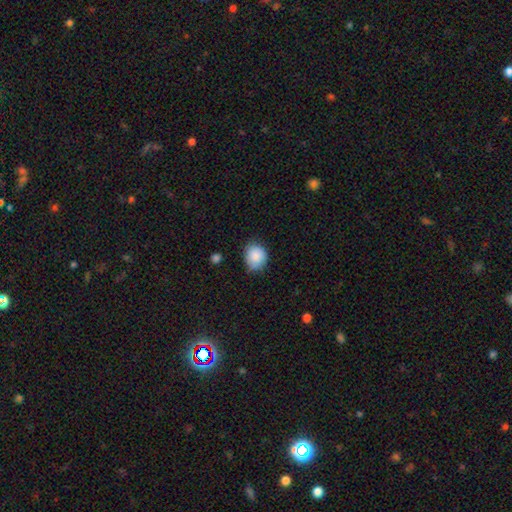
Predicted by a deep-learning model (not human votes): Q: Smooth or featured?
A: smooth (86%); runner-up: star or artifact (8%)
Q: How rounded?
A: round (66%); runner-up: in between (34%)
Q: Merging?
A: none (73%); runner-up: minor disturbance (22%)